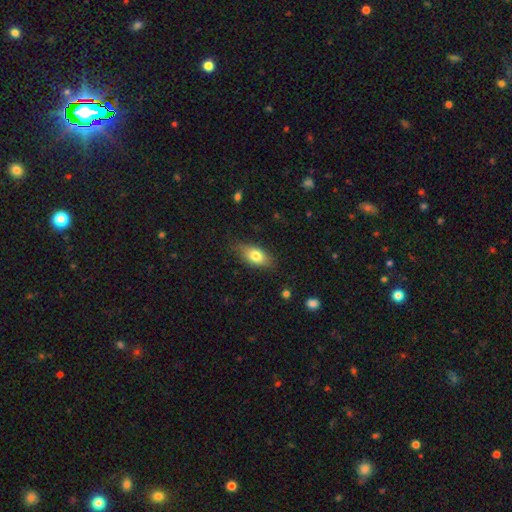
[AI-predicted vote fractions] Smooth or featured? Predicted: smooth (p=0.76). How rounded? Predicted: in between (p=0.85). Merging? Predicted: none (p=0.77).